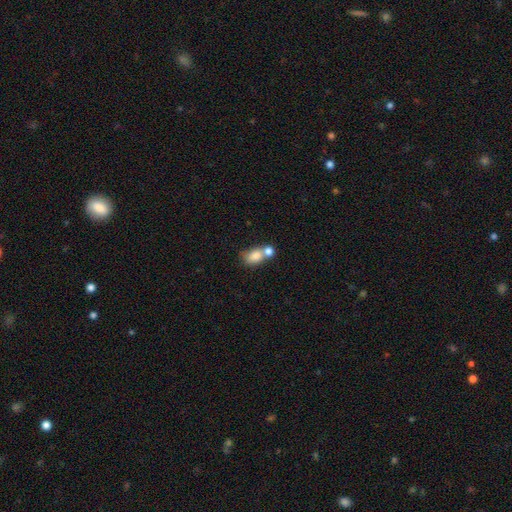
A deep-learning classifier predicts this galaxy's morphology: smooth 79%, featured or disk 12%, star or artifact 9%. Down the decision tree: how rounded — in between (66%); merging — merger (55%).